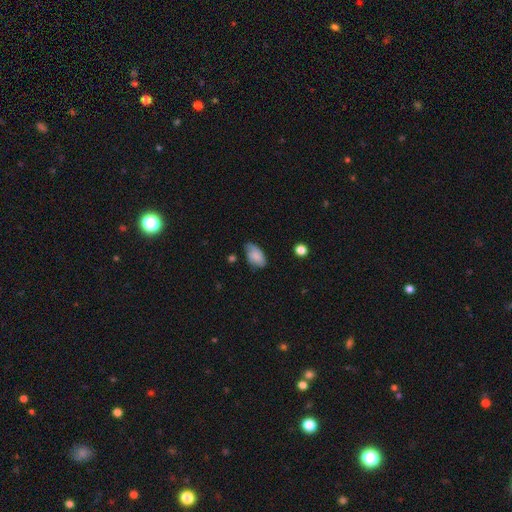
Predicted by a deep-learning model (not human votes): A smooth galaxy with no disk features (72%) that is in between round and cigar-shaped (91%).

Vote fractions:
- Smooth or featured? smooth: 72% / featured or disk: 20% / star or artifact: 8%
- How rounded? in between: 91% / round: 6% / cigar-shaped: 2%
- Merging? none: 57% / minor disturbance: 33% / major disturbance: 7% / merger: 2%